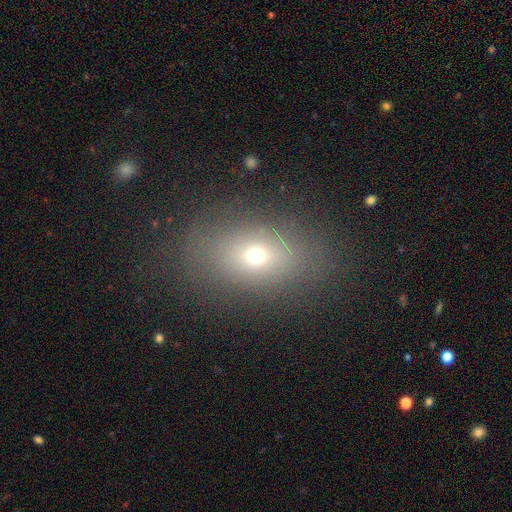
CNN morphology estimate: Smooth or featured?
  - smooth: 63% *
  - featured or disk: 20%
  - star or artifact: 17%
How rounded?
  - in between: 78% *
  - round: 19%
  - cigar-shaped: 3%
Merging?
  - none: 81% *
  - minor disturbance: 12%
  - major disturbance: 6%
  - merger: 1%